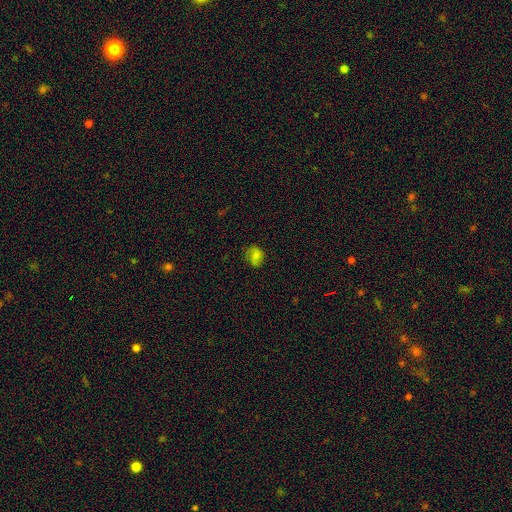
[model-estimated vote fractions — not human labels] Smooth or featured: smooth — 73% (star or artifact — 14%)
How rounded: in between — 55% (round — 44%)
Merging: none — 64% (minor disturbance — 26%)